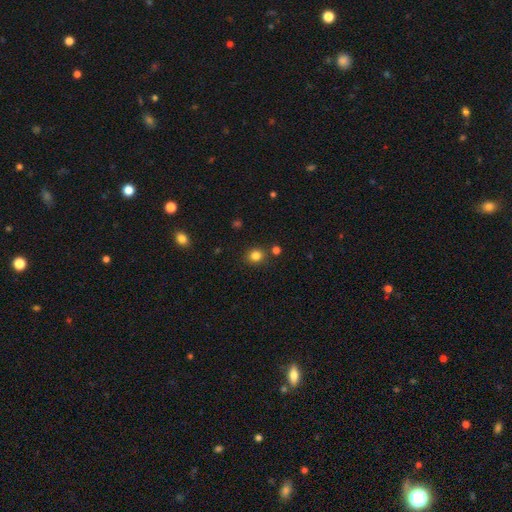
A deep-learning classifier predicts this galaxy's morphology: This appears to be a smooth galaxy with no disk features (82%) that is round (82%). Merging: none (84%).